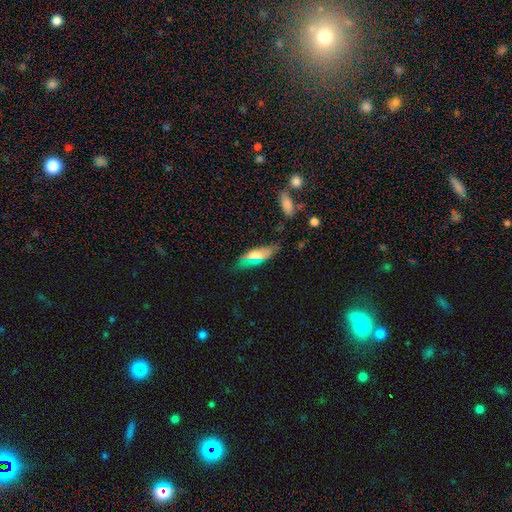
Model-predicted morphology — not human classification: A smooth galaxy with no disk features (58%) that is in between round and cigar-shaped (61%).

Vote fractions:
- Smooth or featured? smooth: 58% / featured or disk: 30% / star or artifact: 11%
- How rounded? in between: 61% / cigar-shaped: 36% / round: 3%
- Merging? none: 76% / minor disturbance: 17% / major disturbance: 5% / merger: 2%